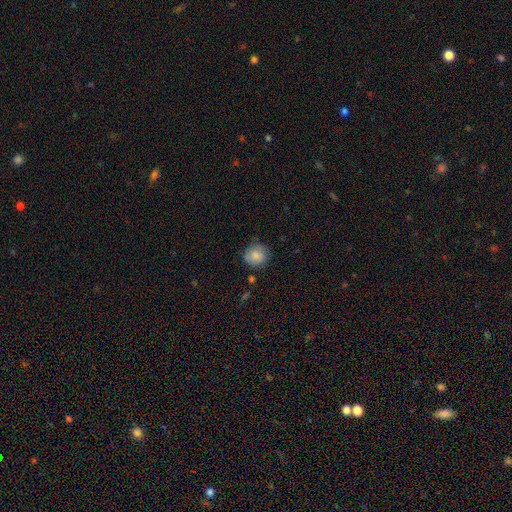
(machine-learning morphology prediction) Smooth or featured? smooth (83%)
How rounded? round (83%)
Merging? none (76%)